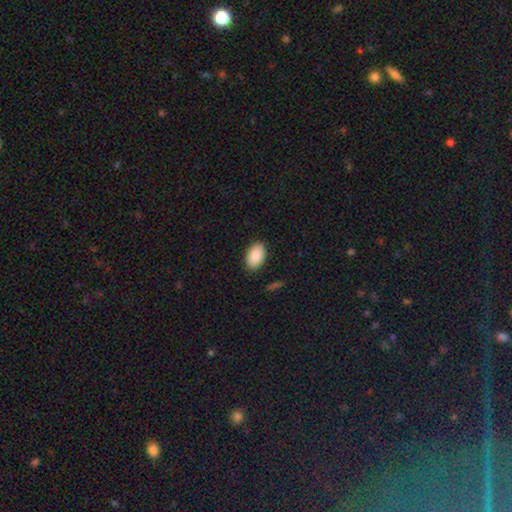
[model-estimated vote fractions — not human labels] Overall: smooth (89%). How rounded: in between (92%). Merging: none (88%).